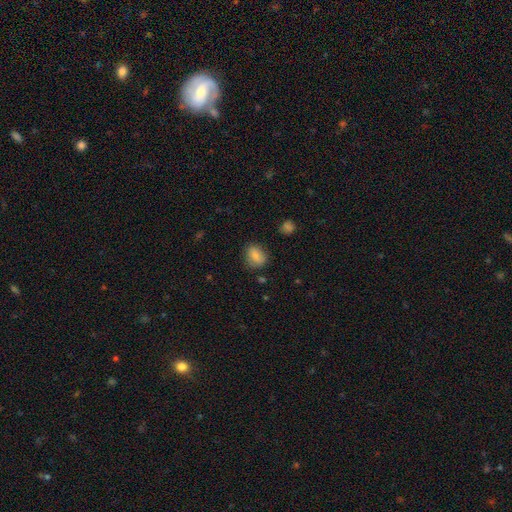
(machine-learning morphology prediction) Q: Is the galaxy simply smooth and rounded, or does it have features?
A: smooth — 83%.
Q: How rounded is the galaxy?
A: in between — 62%.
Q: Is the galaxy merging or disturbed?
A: none — 73%.